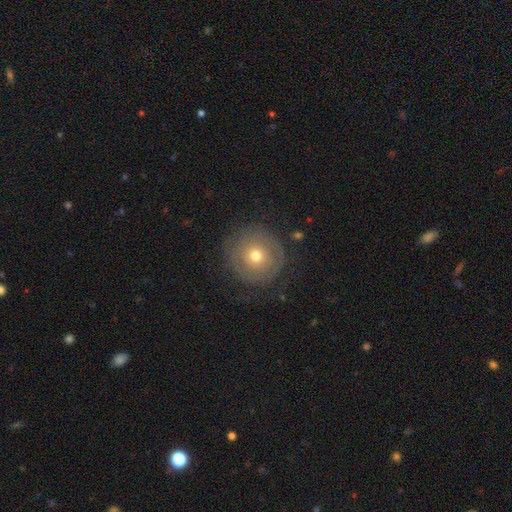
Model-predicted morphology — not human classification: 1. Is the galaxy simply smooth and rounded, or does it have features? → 45% smooth (tied), 45% featured or disk (tied), 9% star or artifact.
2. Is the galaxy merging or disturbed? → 78% none, 14% minor disturbance, 7% major disturbance, 1% merger.